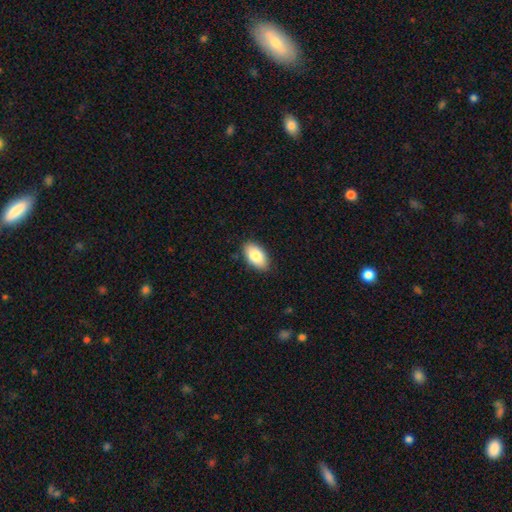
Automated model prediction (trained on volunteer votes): Smooth or featured?
  - smooth: 83% *
  - featured or disk: 10%
  - star or artifact: 6%
How rounded?
  - in between: 94% *
  - round: 4%
  - cigar-shaped: 2%
Merging?
  - none: 86% *
  - minor disturbance: 11%
  - major disturbance: 2%
  - merger: 1%